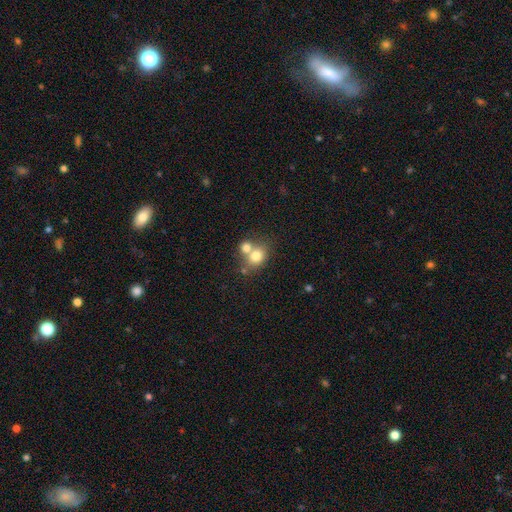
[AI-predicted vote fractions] Smooth or featured? smooth (75%)
How rounded? round (63%)
Merging? merger (51%)